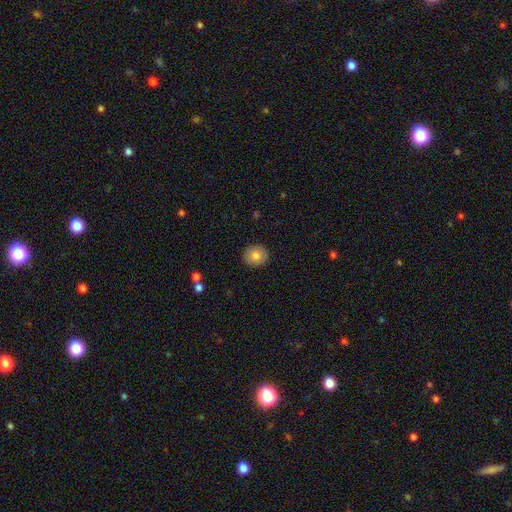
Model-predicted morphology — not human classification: Overall: smooth (82%). How rounded: round (85%). Merging: none (91%).